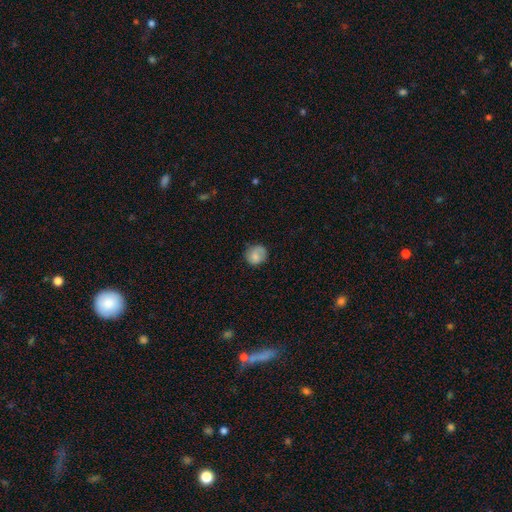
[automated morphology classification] smooth 77%, featured or disk 15%, star or artifact 8%. Down the decision tree: how rounded — round (79%); merging — none (67%).